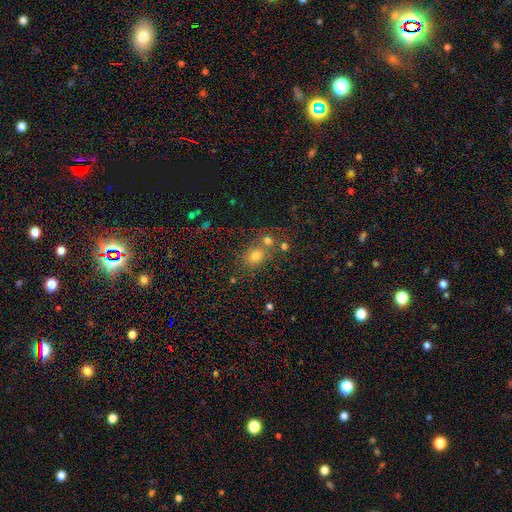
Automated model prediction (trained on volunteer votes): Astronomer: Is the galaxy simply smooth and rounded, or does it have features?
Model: smooth — 68%.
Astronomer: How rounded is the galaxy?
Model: round — 65%.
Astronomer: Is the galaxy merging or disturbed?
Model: none — 59%.